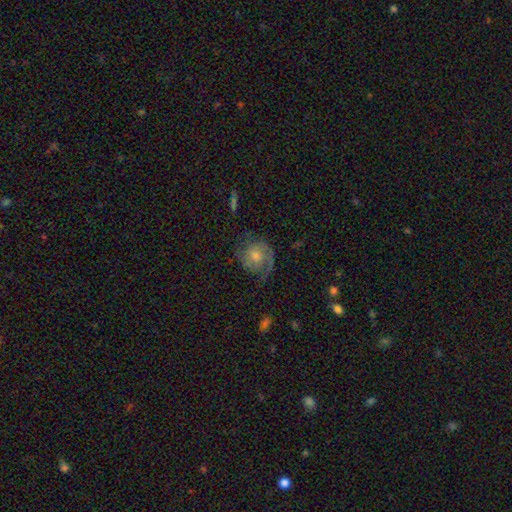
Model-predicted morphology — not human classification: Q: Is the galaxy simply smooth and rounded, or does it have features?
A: featured or disk — 75%.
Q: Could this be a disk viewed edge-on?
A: no — 97%.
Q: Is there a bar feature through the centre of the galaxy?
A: no — 74%.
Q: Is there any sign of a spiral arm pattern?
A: yes — 94%.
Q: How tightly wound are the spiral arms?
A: tight — 47%.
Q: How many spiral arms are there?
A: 2 — 54%.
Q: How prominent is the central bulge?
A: moderate — 58%.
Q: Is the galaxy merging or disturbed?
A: none — 66%.